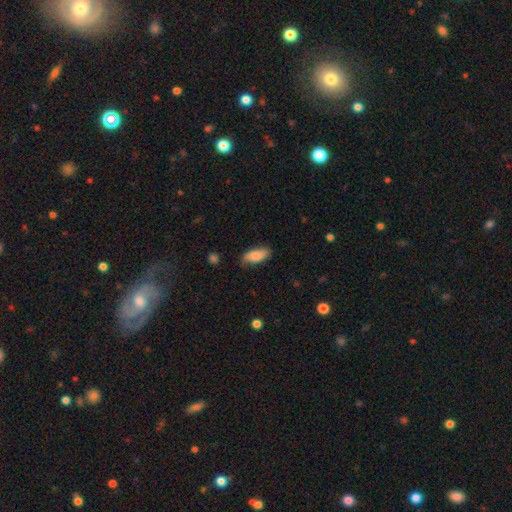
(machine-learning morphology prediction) This is clearly a smooth galaxy (80%). How rounded: clearly in between (84%). Merging: likely none (78%).